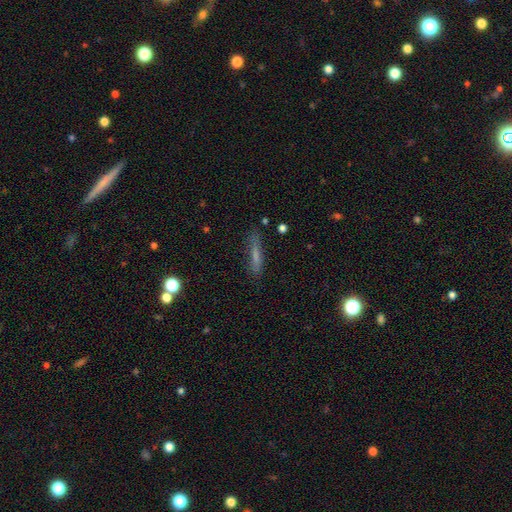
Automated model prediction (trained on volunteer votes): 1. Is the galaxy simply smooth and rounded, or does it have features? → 53% smooth, 33% featured or disk, 14% star or artifact.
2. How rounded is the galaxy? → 87% cigar-shaped, 11% in between, 3% round.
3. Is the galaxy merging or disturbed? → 80% none, 14% minor disturbance, 4% major disturbance, 2% merger.